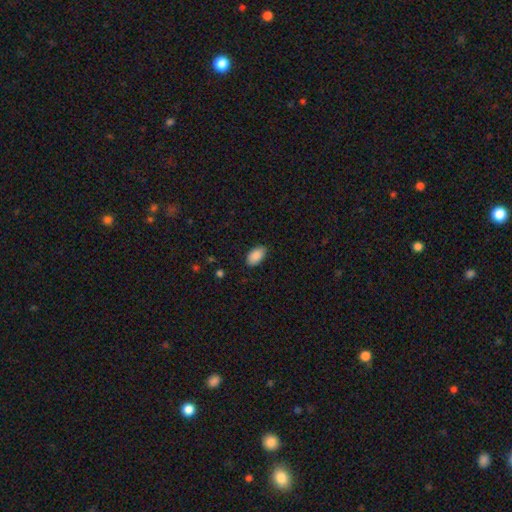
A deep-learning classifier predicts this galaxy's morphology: Smooth or featured?
  - smooth: 90% *
  - star or artifact: 7%
  - featured or disk: 3%
How rounded?
  - in between: 95% *
  - round: 4%
  - cigar-shaped: 2%
Merging?
  - none: 85% *
  - minor disturbance: 12%
  - major disturbance: 2%
  - merger: 1%